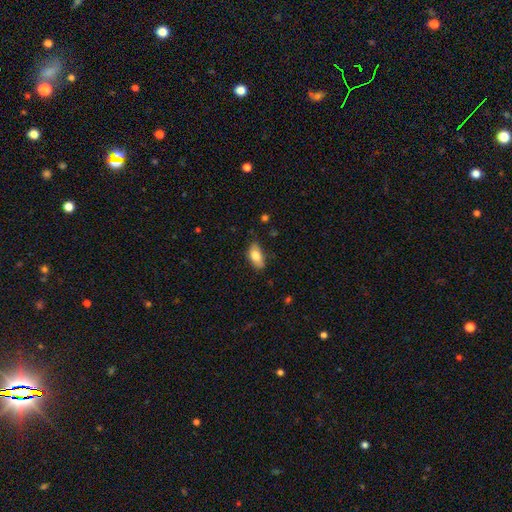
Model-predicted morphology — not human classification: This is likely a smooth galaxy (79%). How rounded: clearly in between (88%). Merging: likely none (72%).